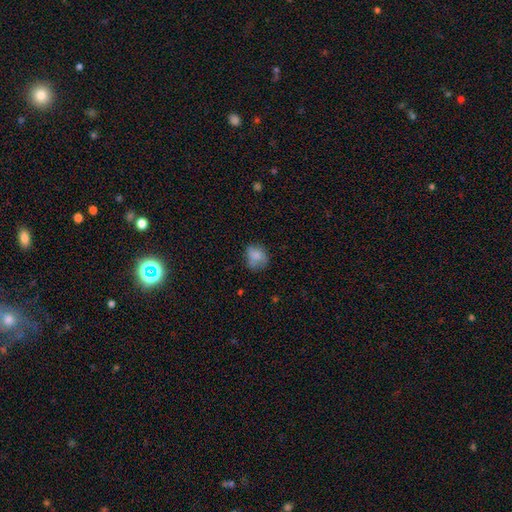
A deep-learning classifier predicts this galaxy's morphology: Q: Smooth or featured?
A: smooth (76%); runner-up: featured or disk (15%)
Q: How rounded?
A: round (61%); runner-up: in between (38%)
Q: Merging?
A: none (59%); runner-up: minor disturbance (28%)